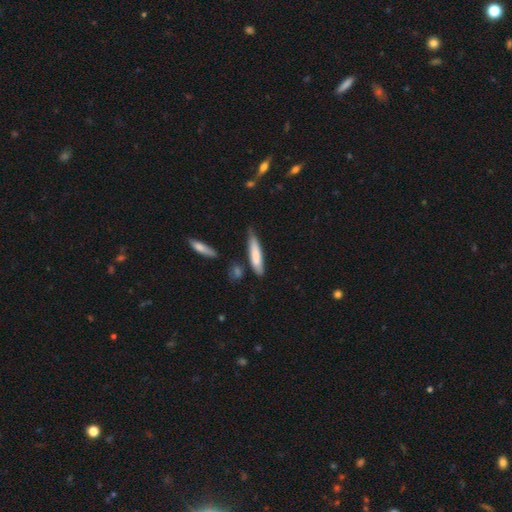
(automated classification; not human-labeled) This is likely a smooth galaxy (76%). How rounded: clearly cigar-shaped (80%). Merging: likely none (62%).